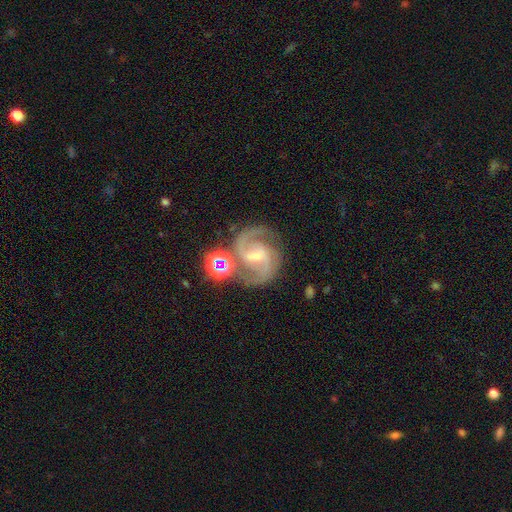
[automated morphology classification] Smooth or featured: featured or disk — 90% (star or artifact — 7%)
Edge-on disk: no — 98% (yes — 2%)
Bar: weak — 53% (strong — 24%)
Spiral arms: yes — 98% (no — 2%)
Spiral winding: medium — 62% (tight — 26%)
Spiral arm count: 2 — 88% (3 — 5%)
Bulge size: small — 60% (moderate — 30%)
Merging: none — 70% (minor disturbance — 15%)